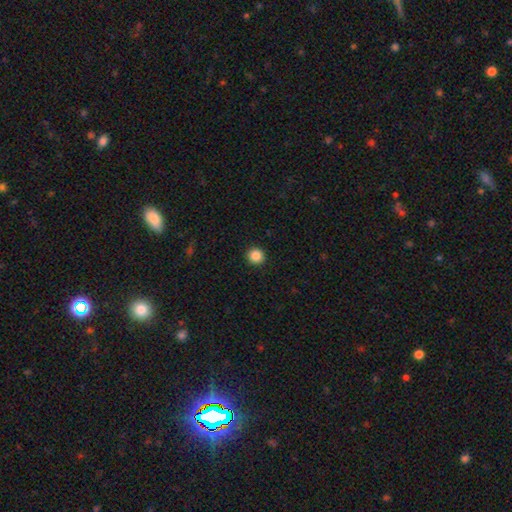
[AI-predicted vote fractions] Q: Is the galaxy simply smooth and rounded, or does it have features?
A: smooth — 87%.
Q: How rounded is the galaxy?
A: round — 95%.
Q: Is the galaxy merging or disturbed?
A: none — 94%.